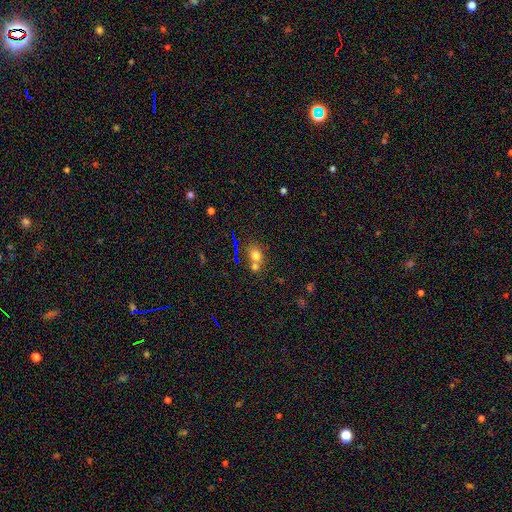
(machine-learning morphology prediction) smooth-or-featured: smooth: 74% | star or artifact: 14% | featured or disk: 12%
  how-rounded: round: 70% | in between: 29% | cigar-shaped: 1%
  merging: merger: 45% | none: 43% | minor disturbance: 8% | major disturbance: 4%